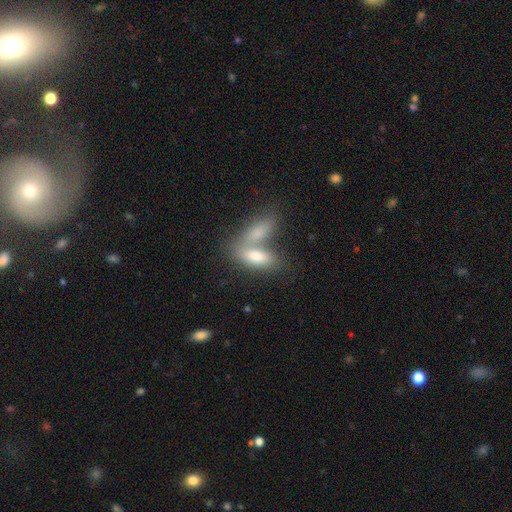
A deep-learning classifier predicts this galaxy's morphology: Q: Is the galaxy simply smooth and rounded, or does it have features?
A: smooth — 75%.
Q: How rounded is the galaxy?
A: in between — 78%.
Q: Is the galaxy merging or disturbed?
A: merger — 59%.